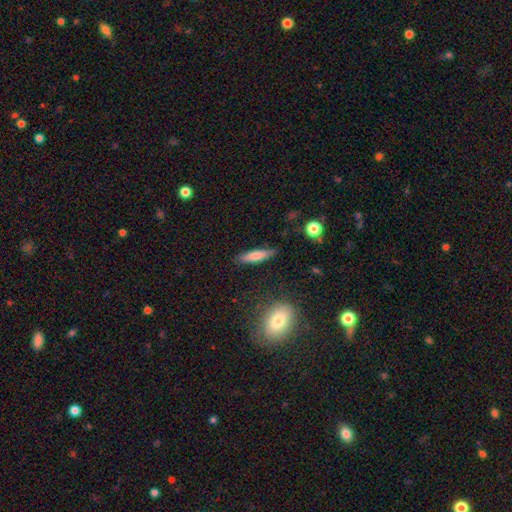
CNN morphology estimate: smooth_or_featured: smooth (p=0.73) [alt: featured or disk p=0.20]
how_rounded: cigar-shaped (p=0.76) [alt: in between p=0.22]
merging: none (p=0.85) [alt: minor disturbance p=0.11]